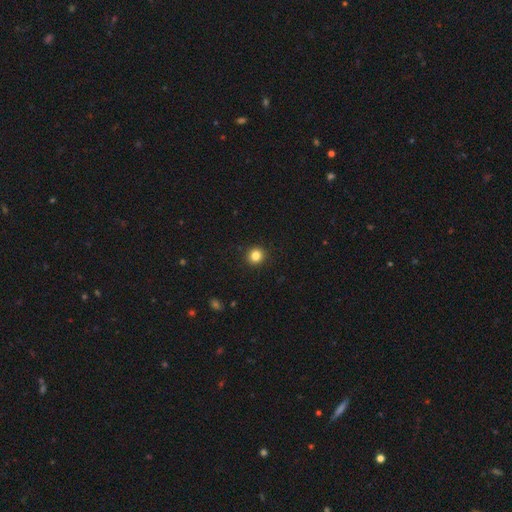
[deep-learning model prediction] A smooth galaxy with no disk features (83%) that is round (93%). Merging: none (93%).